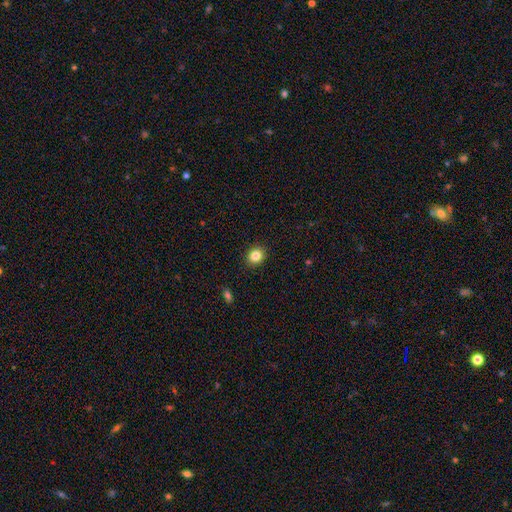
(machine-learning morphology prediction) Smooth or featured: smooth — 84% (star or artifact — 10%)
How rounded: round — 67% (in between — 32%)
Merging: none — 91% (minor disturbance — 6%)